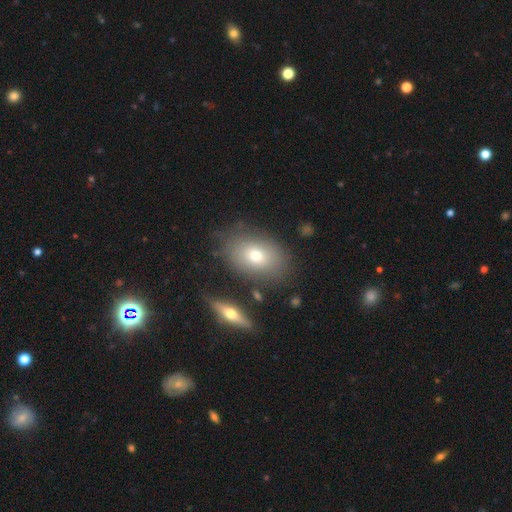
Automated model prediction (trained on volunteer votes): Smooth or featured?
  - smooth: 66% *
  - featured or disk: 21%
  - star or artifact: 13%
How rounded?
  - in between: 80% *
  - round: 18%
  - cigar-shaped: 2%
Merging?
  - none: 78% *
  - minor disturbance: 13%
  - merger: 5%
  - major disturbance: 4%